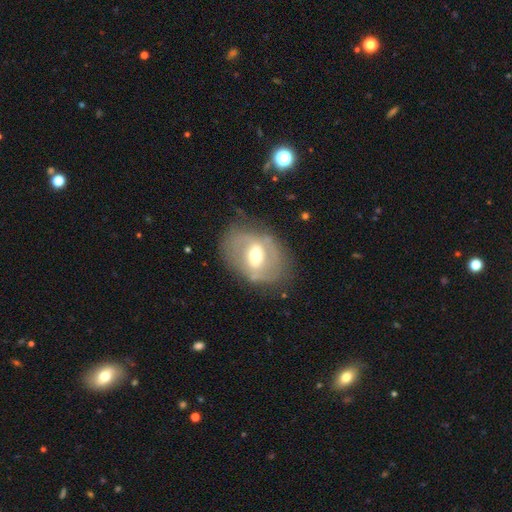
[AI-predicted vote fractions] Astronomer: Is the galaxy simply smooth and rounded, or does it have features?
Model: featured or disk — 68%.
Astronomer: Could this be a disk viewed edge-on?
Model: no — 94%.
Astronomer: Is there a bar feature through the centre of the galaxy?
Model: weak — 46% (runner-up: strong, 36%).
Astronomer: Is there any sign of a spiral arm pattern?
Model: yes — 56% (runner-up: no, 44%).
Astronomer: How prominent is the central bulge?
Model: moderate — 70%.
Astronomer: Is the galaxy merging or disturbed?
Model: none — 67%.